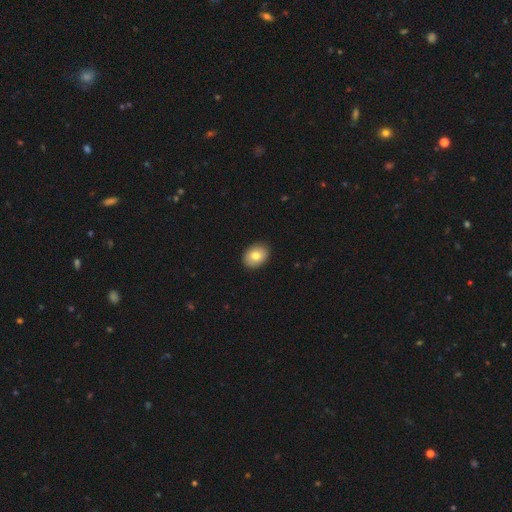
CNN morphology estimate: A smooth galaxy with no disk features (80%) that is in between round and cigar-shaped (64%). Merging: none (91%).